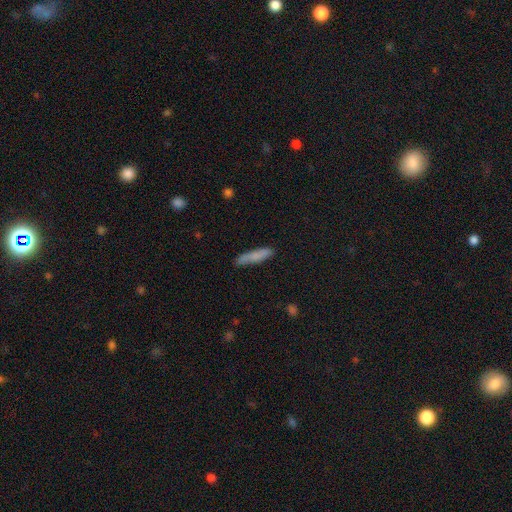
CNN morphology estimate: Overall: smooth (78%). How rounded: cigar-shaped (86%). Merging: none (79%).